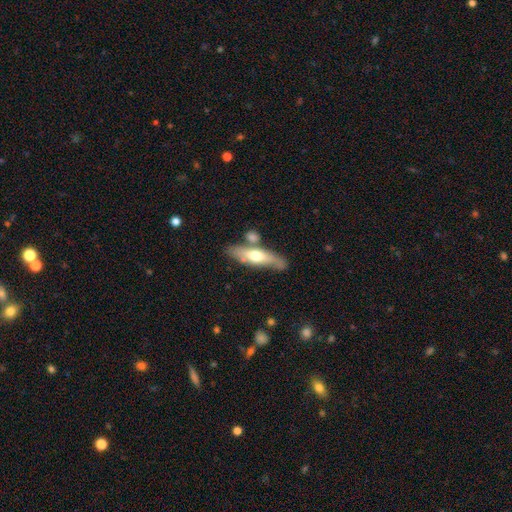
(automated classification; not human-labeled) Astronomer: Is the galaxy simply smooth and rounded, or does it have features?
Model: smooth — 50% (runner-up: featured or disk, 45%).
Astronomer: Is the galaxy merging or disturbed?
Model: none — 63%.